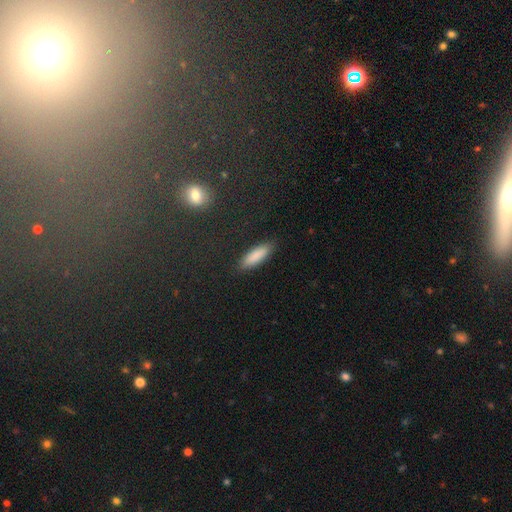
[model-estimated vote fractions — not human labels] A smooth galaxy with no disk features (87%) that is cigar-shaped (57%).

Vote fractions:
- Smooth or featured? smooth: 87% / featured or disk: 7% / star or artifact: 6%
- How rounded? cigar-shaped: 57% / in between: 42% / round: 2%
- Merging? none: 88% / minor disturbance: 9% / major disturbance: 2% / merger: 1%